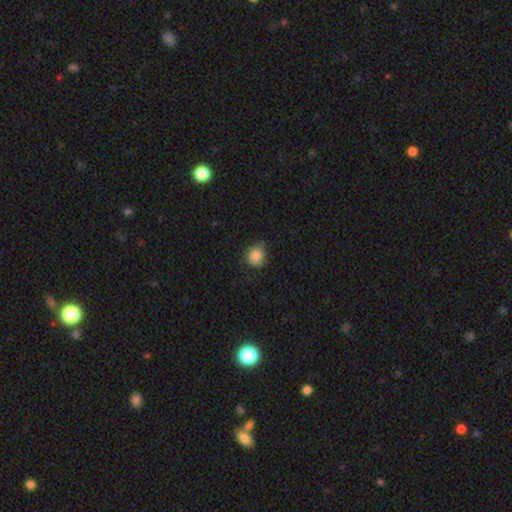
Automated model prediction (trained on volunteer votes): Smooth or featured: smooth — 86% (star or artifact — 9%)
How rounded: round — 77% (in between — 22%)
Merging: none — 67% (minor disturbance — 26%)